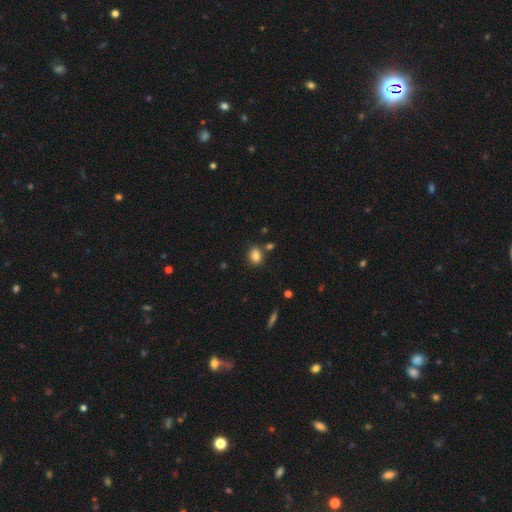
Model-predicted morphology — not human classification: A smooth galaxy with no disk features (84%) that is in between round and cigar-shaped (61%). Merging: none (77%).